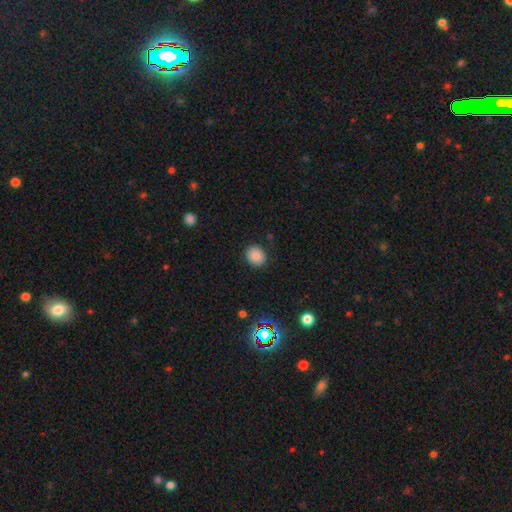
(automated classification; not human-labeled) Smooth or featured?
  - smooth: 85% *
  - star or artifact: 11%
  - featured or disk: 5%
How rounded?
  - round: 69% *
  - in between: 30%
  - cigar-shaped: 1%
Merging?
  - none: 86% *
  - minor disturbance: 10%
  - major disturbance: 3%
  - merger: 1%